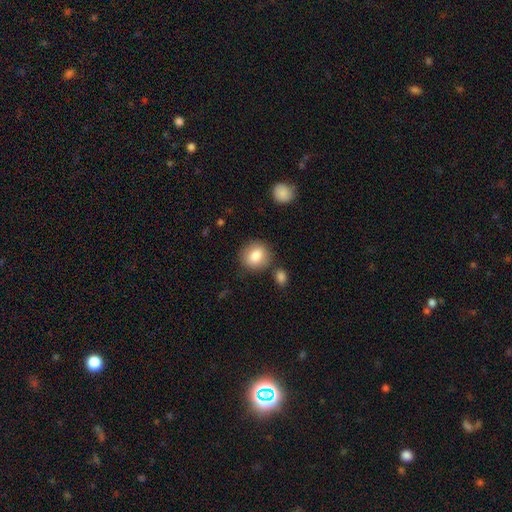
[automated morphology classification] type=smooth (83%); roundness=round (75%); merging=none (80%).